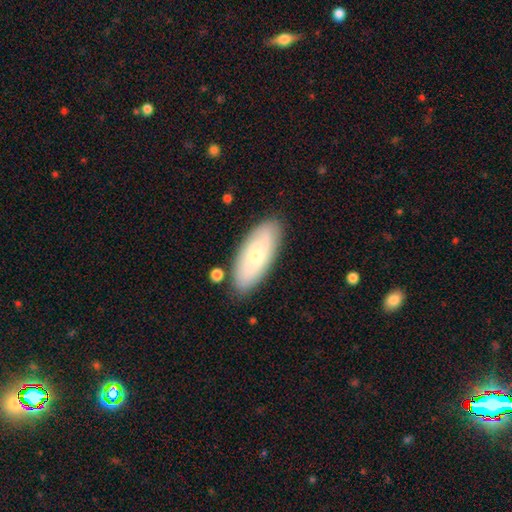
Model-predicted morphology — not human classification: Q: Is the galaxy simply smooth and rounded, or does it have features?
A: smooth — 57%.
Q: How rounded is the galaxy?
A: in between — 79%.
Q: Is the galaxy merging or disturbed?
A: none — 82%.